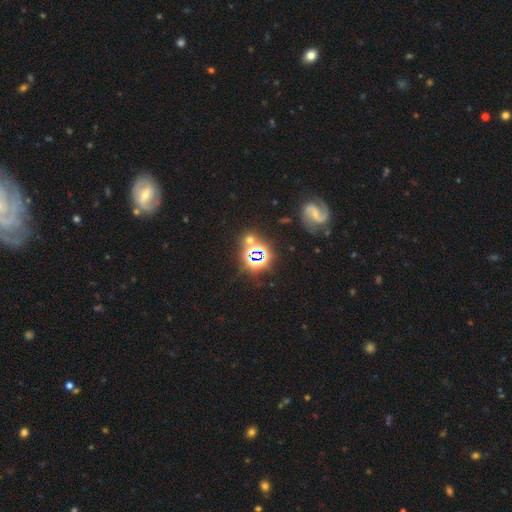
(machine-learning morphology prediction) Smooth or featured? Predicted: star or artifact (p=0.57).